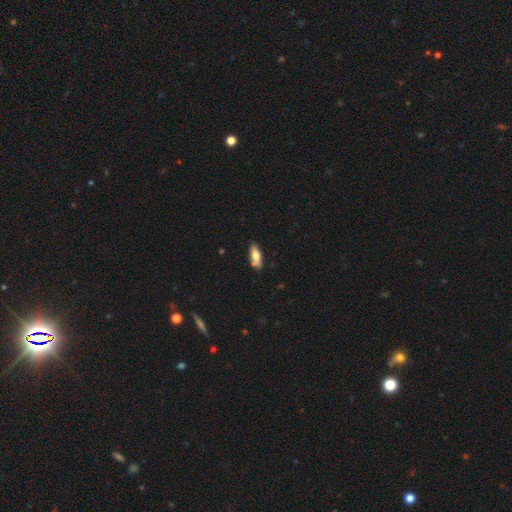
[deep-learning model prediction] smooth 65%, featured or disk 29%, star or artifact 6%. Down the decision tree: how rounded — in between (62%); merging — none (72%).